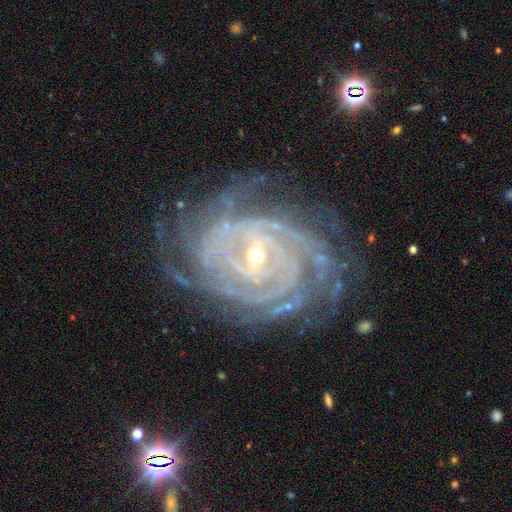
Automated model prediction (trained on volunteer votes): Smooth or featured: featured or disk — 92% (star or artifact — 5%)
Edge-on disk: no — 97% (yes — 3%)
Bar: weak — 43% (strong — 30%)
Spiral arms: yes — 99% (no — 1%)
Spiral winding: tight — 85% (medium — 13%)
Spiral arm count: 4 — 27% (more than 4 — 21%)
Bulge size: small — 66% (moderate — 31%)
Merging: none — 75% (minor disturbance — 17%)